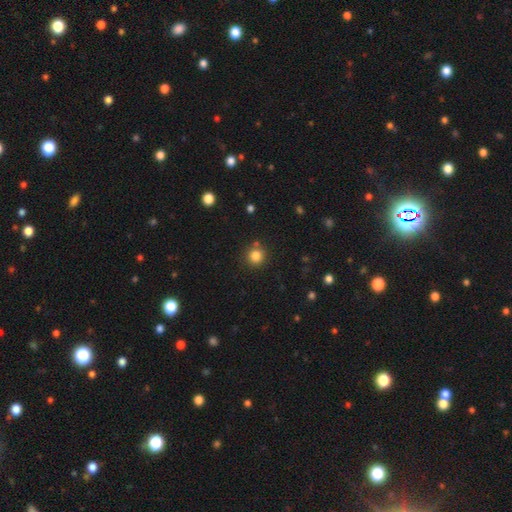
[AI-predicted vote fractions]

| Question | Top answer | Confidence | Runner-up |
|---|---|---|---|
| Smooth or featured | smooth | 83% | star or artifact (12%) |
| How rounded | round | 94% | in between (6%) |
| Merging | none | 82% | minor disturbance (8%) |